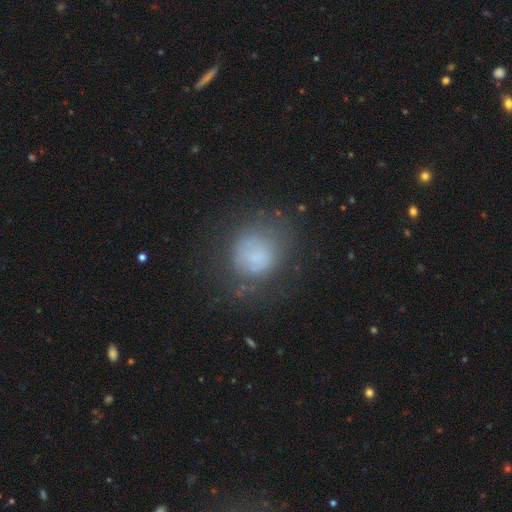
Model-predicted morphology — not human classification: This is likely a smooth galaxy (64%). How rounded: likely round (76%). Merging: possibly none (54%).